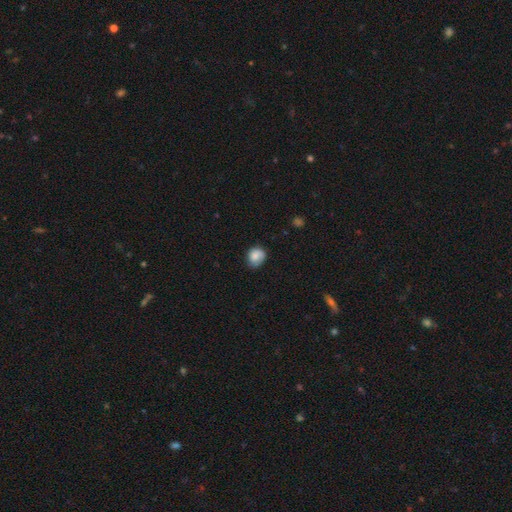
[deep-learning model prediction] This appears to be a smooth galaxy with no disk features (79%) that is round (69%). Merging: none (64%).